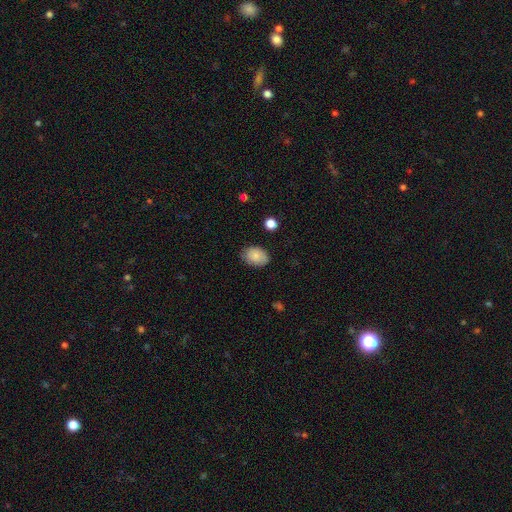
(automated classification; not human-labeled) smooth 84%, featured or disk 9%, star or artifact 7%. Down the decision tree: how rounded — in between (77%); merging — none (81%).